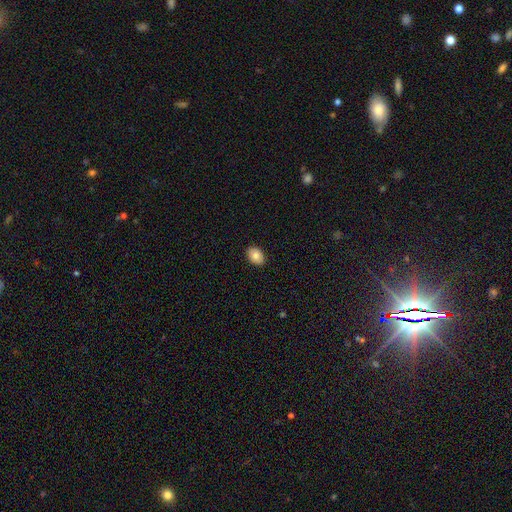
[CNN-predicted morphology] type=smooth (86%); roundness=in between (79%); merging=none (90%).